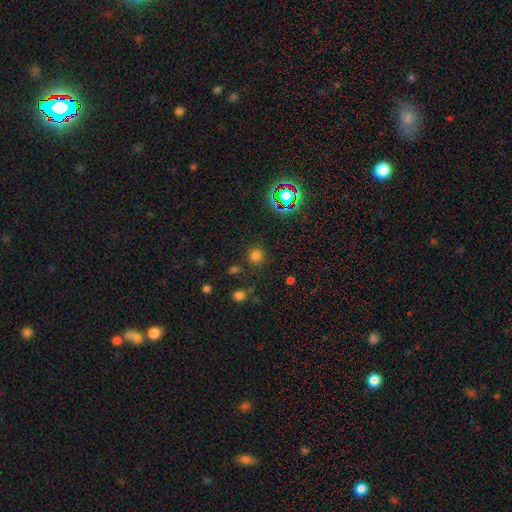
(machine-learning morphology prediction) Smooth or featured?
  - smooth: 72% *
  - star or artifact: 23%
  - featured or disk: 5%
How rounded?
  - round: 92% *
  - in between: 7%
  - cigar-shaped: 1%
Merging?
  - none: 85% *
  - minor disturbance: 8%
  - merger: 4%
  - major disturbance: 4%